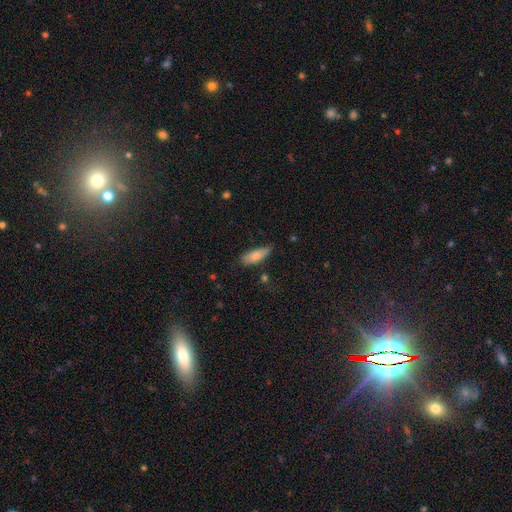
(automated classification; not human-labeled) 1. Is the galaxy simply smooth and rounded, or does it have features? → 77% smooth, 16% featured or disk, 7% star or artifact.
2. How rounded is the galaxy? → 63% in between, 35% cigar-shaped, 2% round.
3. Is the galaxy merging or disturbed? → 68% none, 25% minor disturbance, 4% major disturbance, 2% merger.